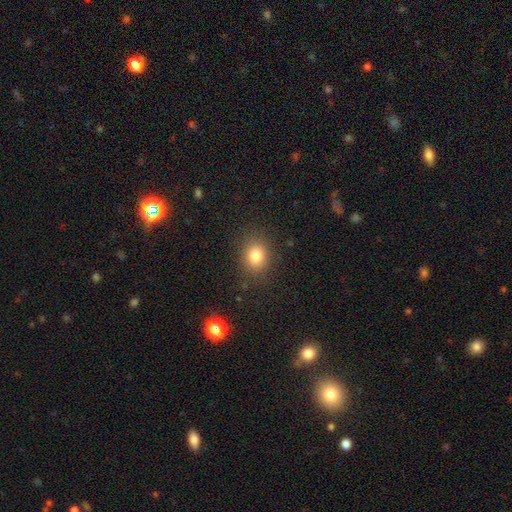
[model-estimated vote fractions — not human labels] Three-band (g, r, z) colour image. It shows a smooth galaxy with no disk features (81%) that is round (55%). Merging: none (85%).